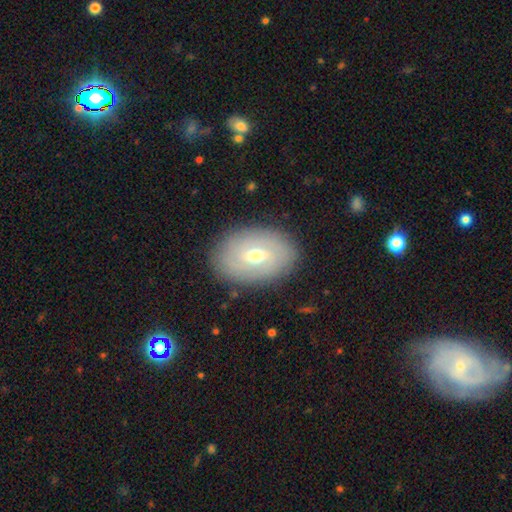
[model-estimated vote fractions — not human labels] Overall: featured or disk (59%; smooth 34%). Edge-on disk: no (92%). Bar: weak (52%; no 34%). Spiral arms: yes (59%; no 41%). Bulge size: moderate (59%; small 36%). Merging: none (86%).